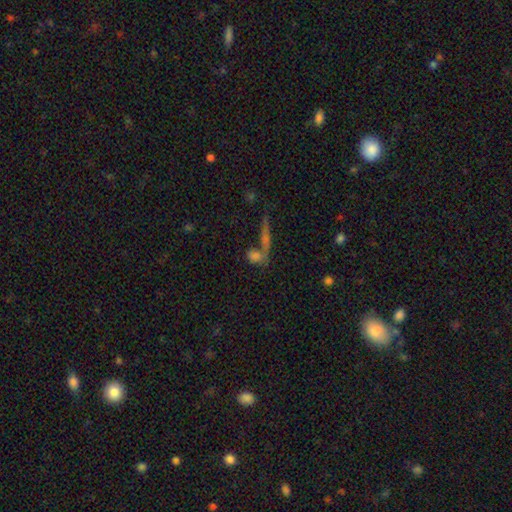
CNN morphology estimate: Smooth or featured?
  - smooth: 64% *
  - featured or disk: 19%
  - star or artifact: 17%
How rounded?
  - in between: 54% *
  - round: 24%
  - cigar-shaped: 22%
Merging?
  - none: 42% *
  - merger: 41%
  - minor disturbance: 10%
  - major disturbance: 7%